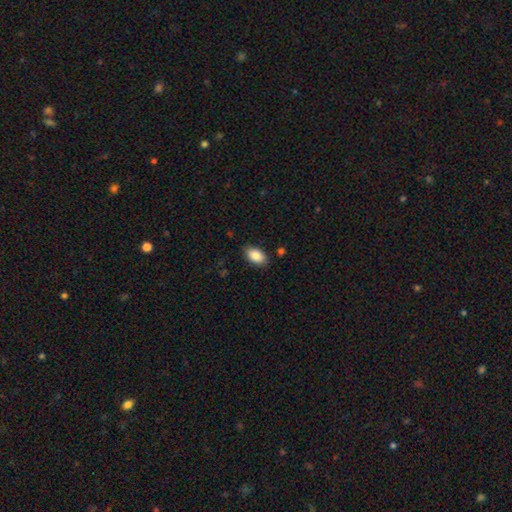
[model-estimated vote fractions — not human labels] smooth_or_featured: smooth (p=0.86) [alt: star or artifact p=0.07]
how_rounded: in between (p=0.92) [alt: round p=0.06]
merging: none (p=0.84) [alt: minor disturbance p=0.12]